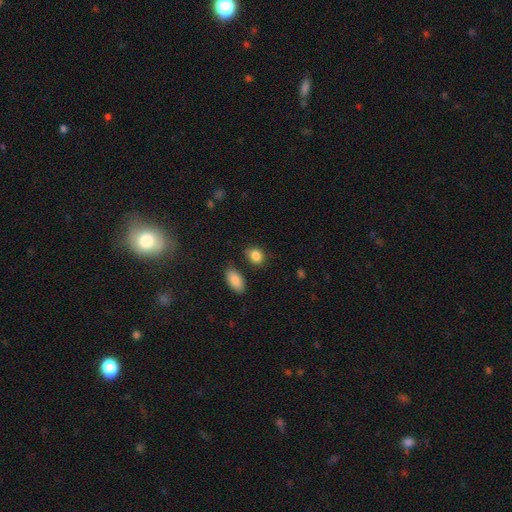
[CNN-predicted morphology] Overall: smooth (87%). How rounded: in between (64%; round 34%). Merging: none (75%).